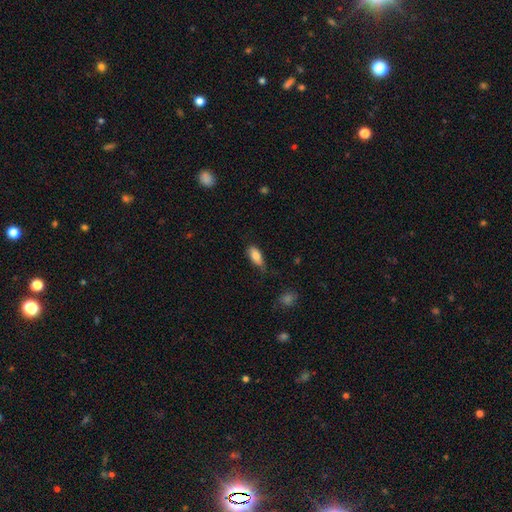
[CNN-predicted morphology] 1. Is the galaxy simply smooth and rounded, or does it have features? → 83% smooth, 10% featured or disk, 7% star or artifact.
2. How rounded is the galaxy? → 83% in between, 14% cigar-shaped, 3% round.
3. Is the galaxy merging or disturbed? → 56% none, 34% minor disturbance, 7% major disturbance, 2% merger.